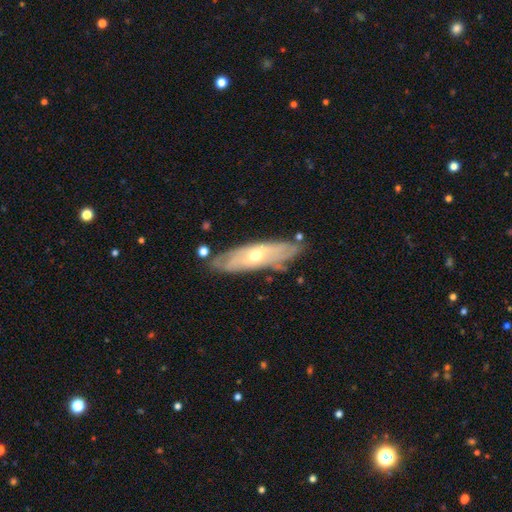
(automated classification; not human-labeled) featured or disk 69%, smooth 26%, star or artifact 6%. Down the decision tree: edge-on disk — no (67%); merging — none (74%).